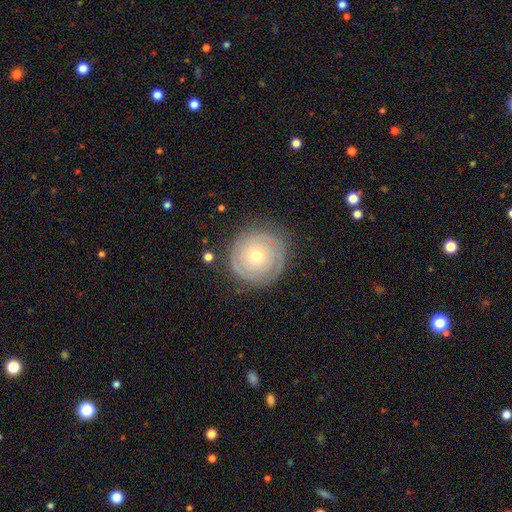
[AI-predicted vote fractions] Morphology: type=featured or disk (69%); edge-on=no (97%); bar=no (87%); spiral arms=yes (82%); winding=tight (83%); arm count=can't tell (38%); bulge=moderate (50%); merging=none (83%).